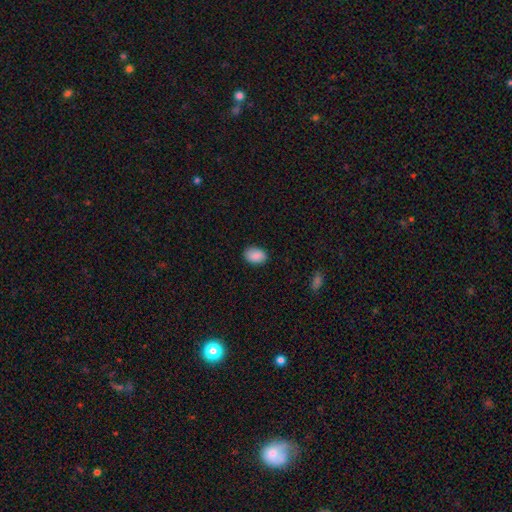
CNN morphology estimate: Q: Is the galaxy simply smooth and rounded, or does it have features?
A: smooth — 89%.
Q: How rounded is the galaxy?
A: in between — 84%.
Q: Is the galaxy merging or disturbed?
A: none — 86%.